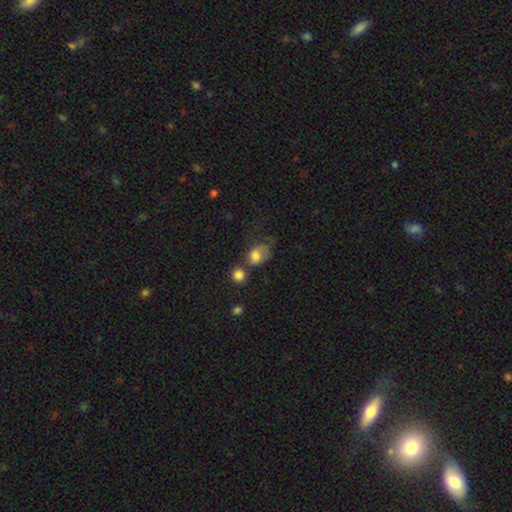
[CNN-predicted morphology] A smooth galaxy with no disk features (76%) that is in between round and cigar-shaped (57%). Merging: none (27%).